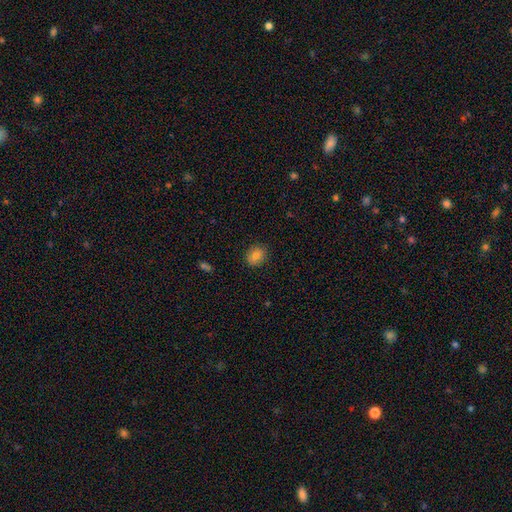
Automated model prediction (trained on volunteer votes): The model was most divided on "how rounded": round: 70%, in between: 29%, cigar-shaped: 1%. More confident: merging — none (87%); smooth or featured — smooth (81%).